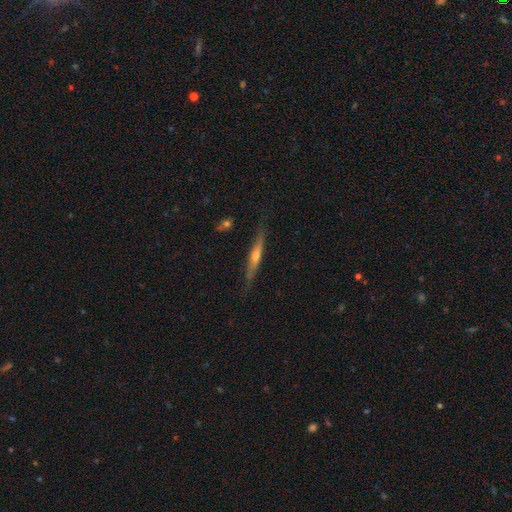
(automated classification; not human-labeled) Overall: featured or disk (64%; smooth 29%). Edge-on disk: yes (96%). Edge-on bulge: rounded (69%). Merging: none (82%).